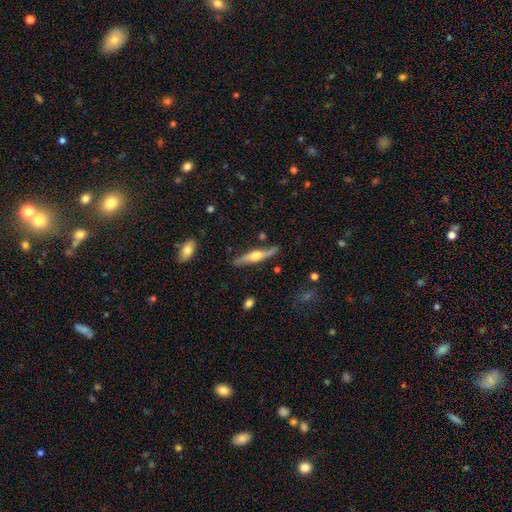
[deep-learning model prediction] A featured or disk galaxy (71%) viewed edge-on (82%) with a rounded central bulge (90%).

Vote fractions:
- Smooth or featured? featured or disk: 71% / smooth: 24% / star or artifact: 5%
- Edge-on disk? yes: 82% / no: 18%
- Edge-on bulge? rounded: 90% / boxy: 6% / none: 4%
- Merging? none: 78% / minor disturbance: 16% / major disturbance: 4% / merger: 3%